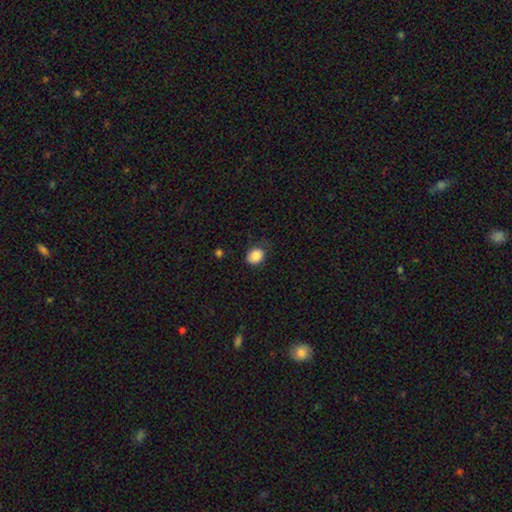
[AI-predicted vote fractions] Smooth or featured?
  - smooth: 87% *
  - star or artifact: 9%
  - featured or disk: 4%
How rounded?
  - round: 55% *
  - in between: 44%
  - cigar-shaped: 1%
Merging?
  - none: 72% *
  - minor disturbance: 22%
  - major disturbance: 5%
  - merger: 1%